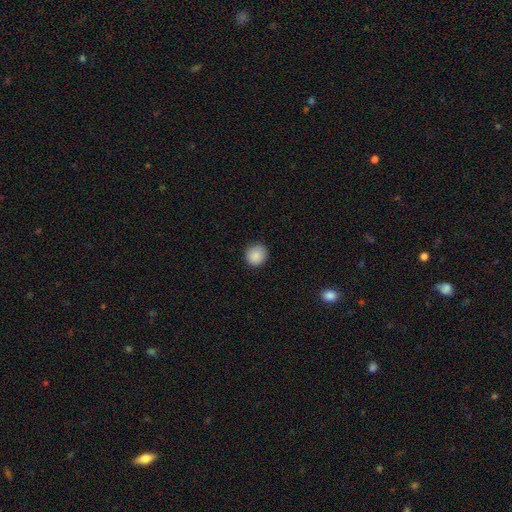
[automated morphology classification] smooth_or_featured: smooth (p=0.88) [alt: star or artifact p=0.08]
how_rounded: round (p=0.91) [alt: in between p=0.08]
merging: none (p=0.89) [alt: minor disturbance p=0.08]